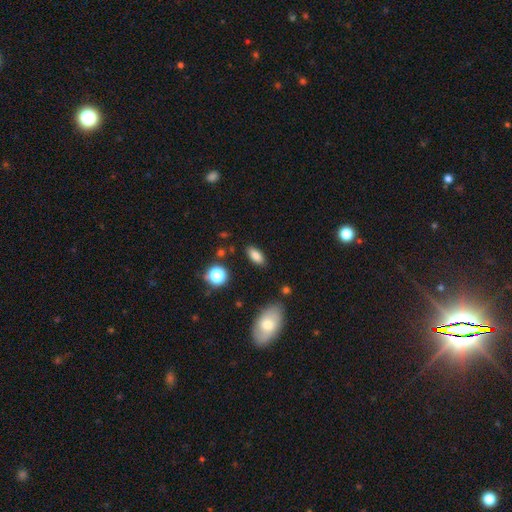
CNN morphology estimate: Smooth or featured: smooth — 82% (star or artifact — 9%)
How rounded: in between — 85% (cigar-shaped — 11%)
Merging: none — 85% (minor disturbance — 10%)